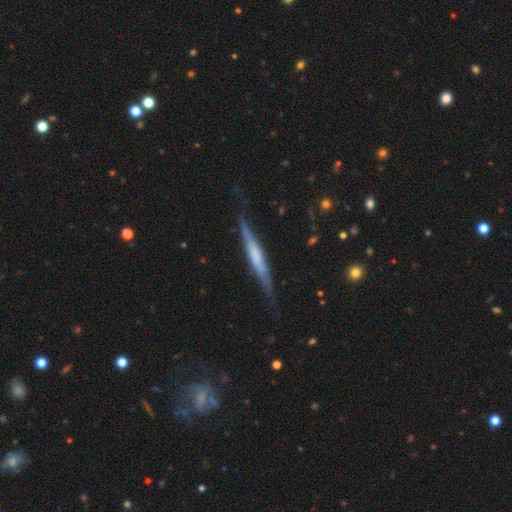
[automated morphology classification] featured or disk 61%, smooth 33%, star or artifact 6%. Down the decision tree: edge-on disk — yes (93%); edge-on bulge — none (44%); merging — none (73%).